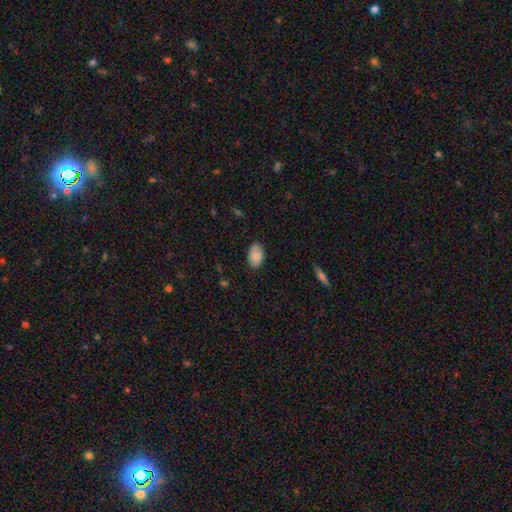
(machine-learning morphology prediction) smooth_or_featured: smooth (p=0.86) [alt: featured or disk p=0.07]
how_rounded: in between (p=0.93) [alt: round p=0.05]
merging: none (p=0.84) [alt: minor disturbance p=0.12]